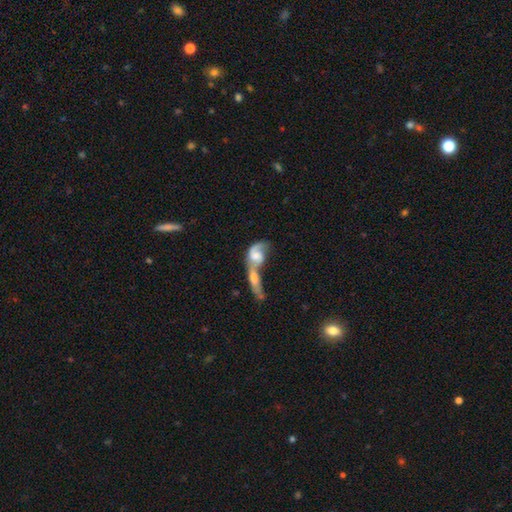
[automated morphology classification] featured or disk 53%, smooth 40%, star or artifact 7%. Down the decision tree: edge-on disk — no (89%); merging — merger (78%).